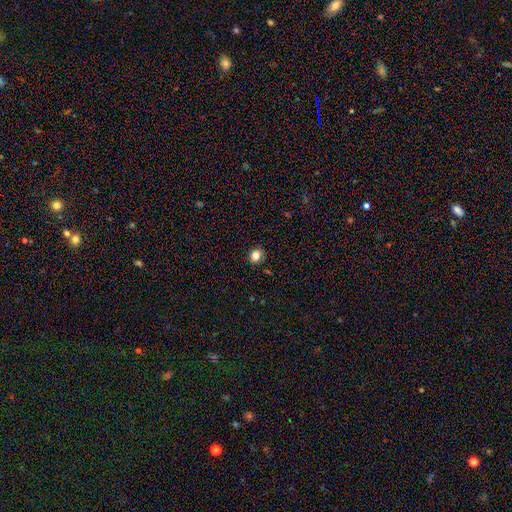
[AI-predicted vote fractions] Smooth or featured?
  - smooth: 82% *
  - star or artifact: 13%
  - featured or disk: 6%
How rounded?
  - round: 77% *
  - in between: 22%
  - cigar-shaped: 1%
Merging?
  - none: 90% *
  - minor disturbance: 7%
  - major disturbance: 2%
  - merger: 1%